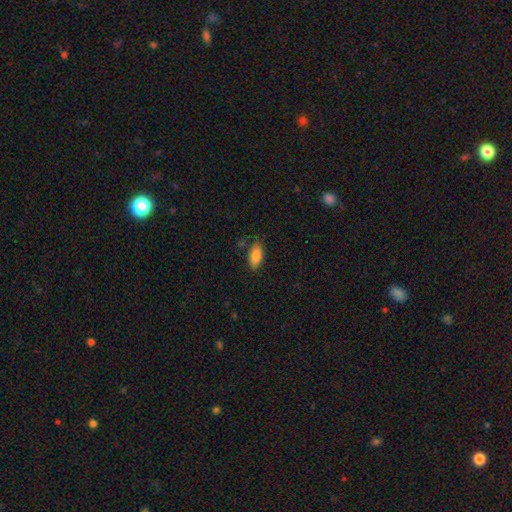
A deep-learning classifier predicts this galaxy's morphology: The model was most divided on "merging": none: 78%, minor disturbance: 15%, major disturbance: 3%, merger: 3%. More confident: how rounded — in between (88%); smooth or featured — smooth (86%).